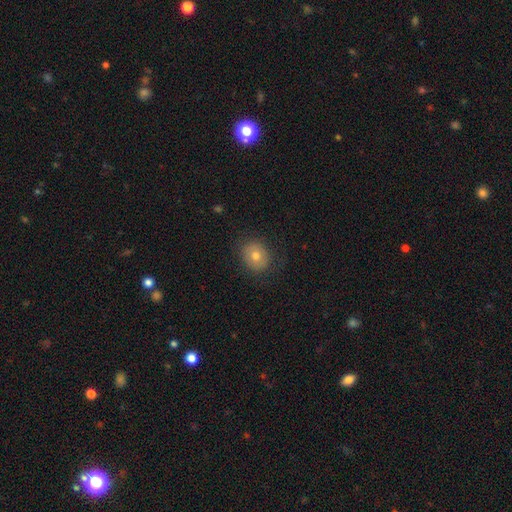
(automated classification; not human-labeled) This appears to be a smooth galaxy with no disk features (69%) that is round (70%). Merging: none (83%).